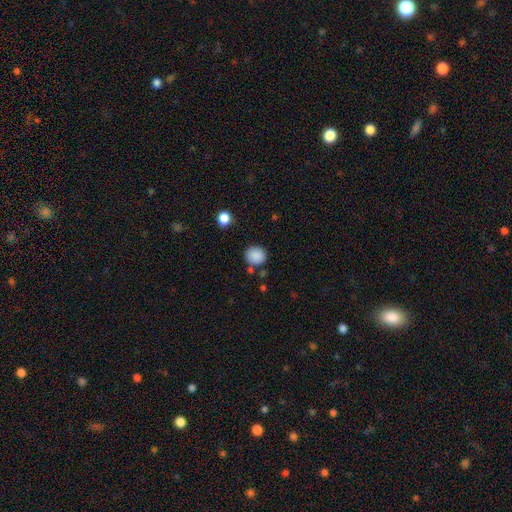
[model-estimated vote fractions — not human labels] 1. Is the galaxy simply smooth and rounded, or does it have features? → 88% smooth, 9% star or artifact, 3% featured or disk.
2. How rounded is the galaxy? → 82% round, 17% in between, 1% cigar-shaped.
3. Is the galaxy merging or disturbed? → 81% none, 11% minor disturbance, 5% merger, 3% major disturbance.